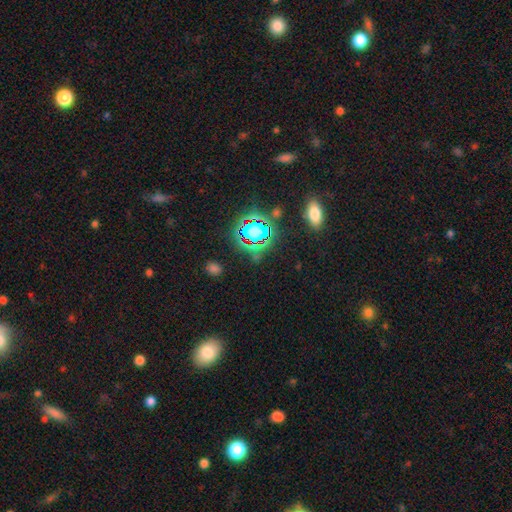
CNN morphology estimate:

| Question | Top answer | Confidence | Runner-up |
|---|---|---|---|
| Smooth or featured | star or artifact | 68% | smooth (22%) |